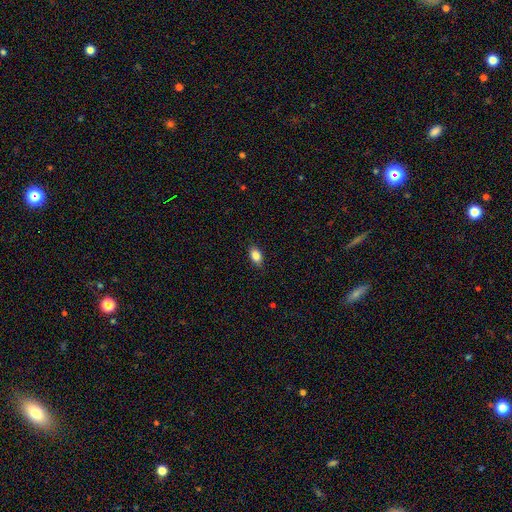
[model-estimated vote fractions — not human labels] smooth 86%, star or artifact 8%, featured or disk 6%. Down the decision tree: how rounded — in between (87%); merging — none (87%).